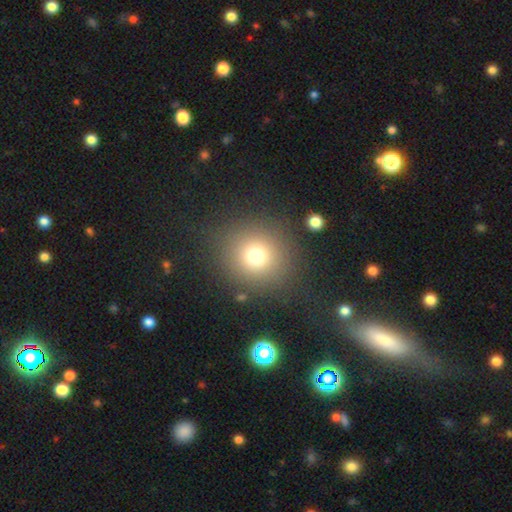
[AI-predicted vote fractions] Smooth or featured: smooth — 75% (star or artifact — 16%)
How rounded: round — 91% (in between — 8%)
Merging: none — 84% (minor disturbance — 8%)